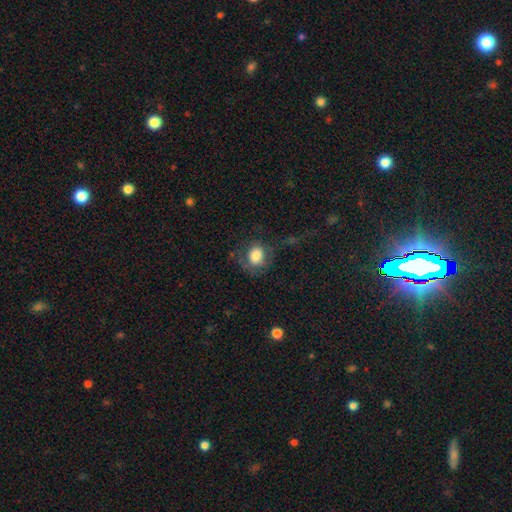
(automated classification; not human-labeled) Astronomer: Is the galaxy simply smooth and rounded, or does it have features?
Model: smooth — 77%.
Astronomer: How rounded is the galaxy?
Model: round — 58% (runner-up: in between, 41%).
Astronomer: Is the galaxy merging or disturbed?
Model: none — 53%.